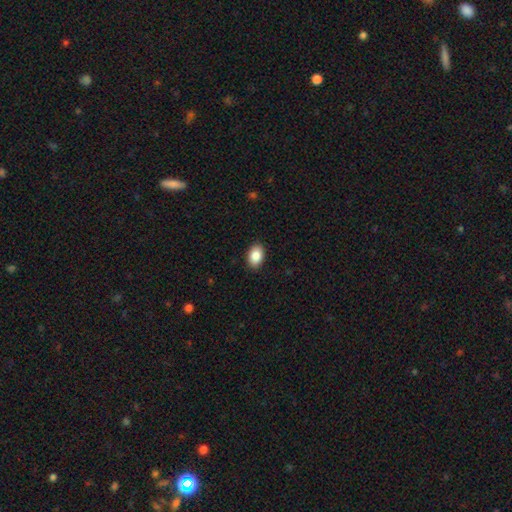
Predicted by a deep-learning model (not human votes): Smooth or featured: smooth — 88% (star or artifact — 7%)
How rounded: in between — 88% (round — 11%)
Merging: none — 90% (minor disturbance — 7%)